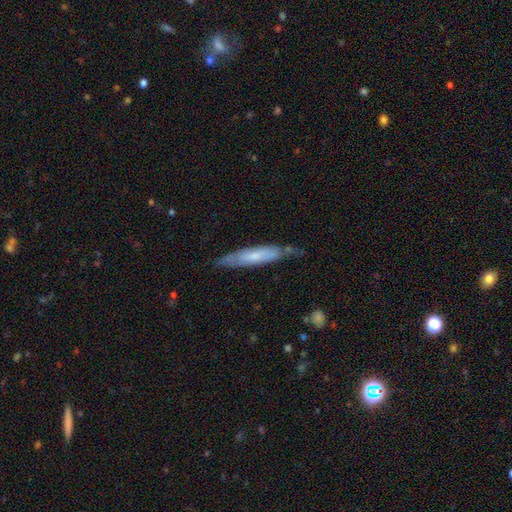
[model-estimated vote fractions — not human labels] The model was most divided on "smooth or featured": smooth: 50%, featured or disk: 44%, star or artifact: 6%. More confident: merging — none (66%).